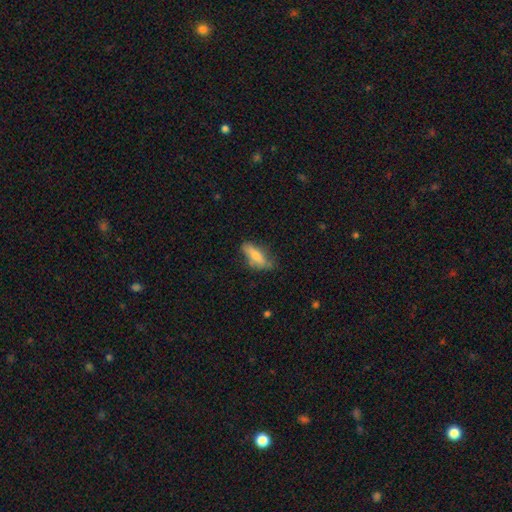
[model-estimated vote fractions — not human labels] smooth_or_featured: smooth (p=0.67) [alt: featured or disk p=0.26]
how_rounded: in between (p=0.57) [alt: cigar-shaped p=0.41]
merging: none (p=0.62) [alt: minor disturbance p=0.27]